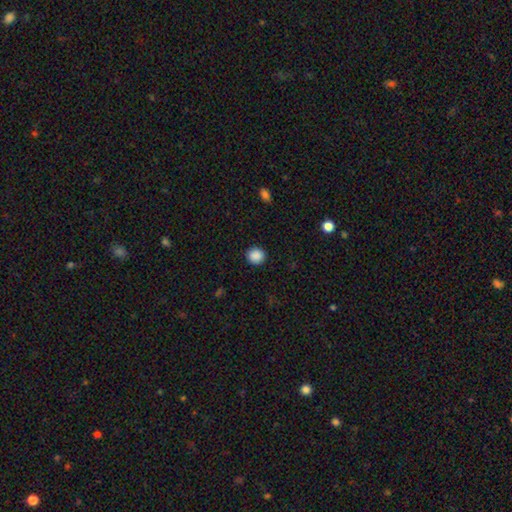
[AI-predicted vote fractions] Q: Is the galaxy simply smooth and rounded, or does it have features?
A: smooth — 89%.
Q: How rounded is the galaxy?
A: round — 90%.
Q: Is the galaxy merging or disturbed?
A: none — 92%.